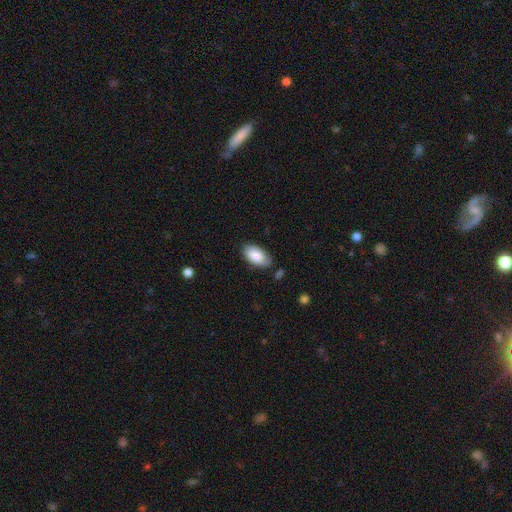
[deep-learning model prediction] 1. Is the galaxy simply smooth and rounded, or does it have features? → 86% smooth, 8% featured or disk, 6% star or artifact.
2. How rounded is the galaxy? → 95% in between, 3% round, 2% cigar-shaped.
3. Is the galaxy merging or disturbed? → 76% none, 18% minor disturbance, 4% major disturbance, 3% merger.